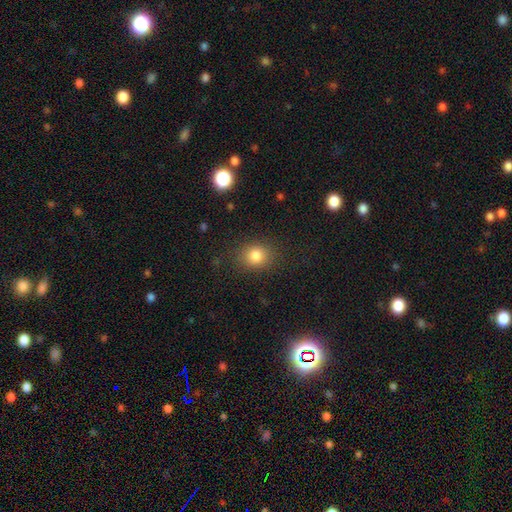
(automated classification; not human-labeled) A smooth galaxy with no disk features (83%) that is round (65%). Merging: none (84%).